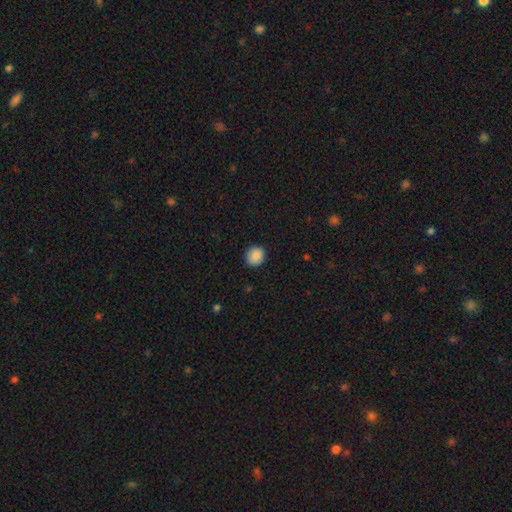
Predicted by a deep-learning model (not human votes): The model was most divided on "how rounded": round: 80%, in between: 19%, cigar-shaped: 1%. More confident: merging — none (90%); smooth or featured — smooth (88%).